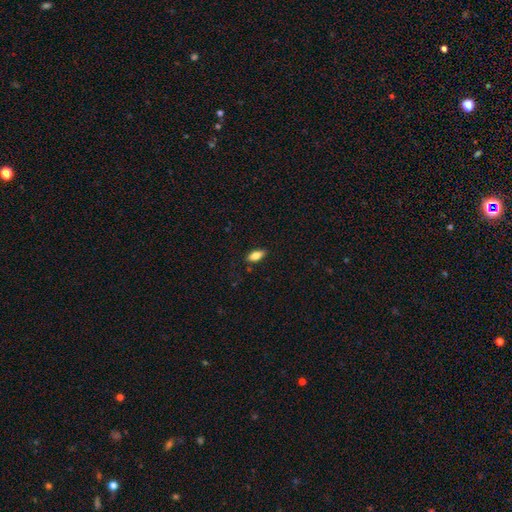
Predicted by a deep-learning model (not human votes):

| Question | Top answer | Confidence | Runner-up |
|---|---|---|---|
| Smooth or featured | smooth | 80% | featured or disk (13%) |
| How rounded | in between | 84% | cigar-shaped (13%) |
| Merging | none | 85% | minor disturbance (11%) |